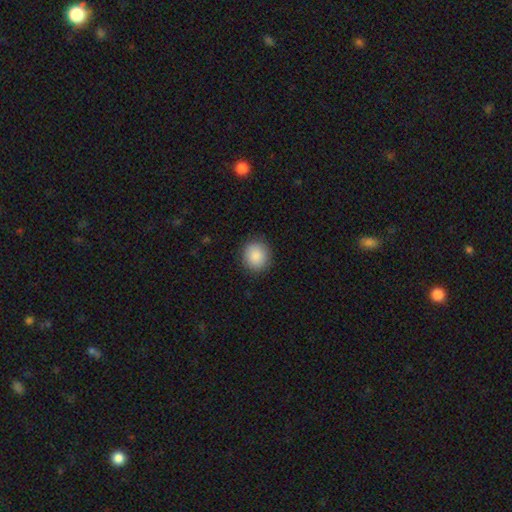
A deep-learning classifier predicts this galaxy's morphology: Smooth or featured? Predicted: smooth (p=0.88). How rounded? Predicted: round (p=0.84). Merging? Predicted: none (p=0.89).